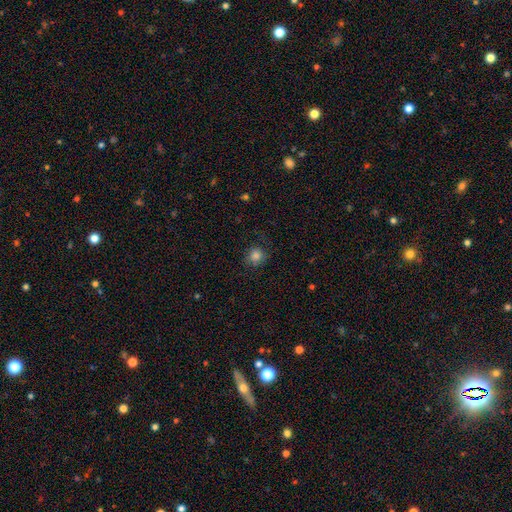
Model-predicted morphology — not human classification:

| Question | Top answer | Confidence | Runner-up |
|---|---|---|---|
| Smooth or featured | smooth | 83% | star or artifact (11%) |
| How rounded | round | 87% | in between (12%) |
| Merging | none | 78% | minor disturbance (15%) |